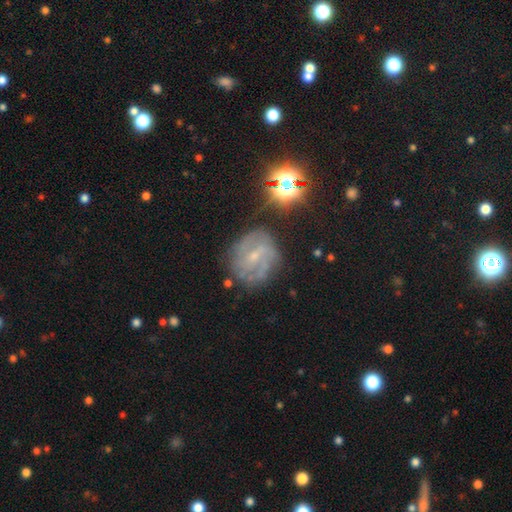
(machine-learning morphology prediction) Smooth or featured?
  - featured or disk: 73% *
  - smooth: 15%
  - star or artifact: 11%
Edge-on disk?
  - no: 97% *
  - yes: 3%
Bar?
  - weak: 53% *
  - no: 32%
  - strong: 15%
Spiral arms?
  - yes: 88% *
  - no: 12%
Spiral winding?
  - medium: 44% *
  - tight: 38%
  - loose: 18%
Spiral arm count?
  - 2: 37% *
  - can't tell: 33%
  - 3: 16%
  - 4: 5%
  - 1: 5%
  - more than 4: 4%
Bulge size?
  - small: 72% *
  - moderate: 20%
  - none: 6%
  - large: 1%
  - dominant: 1%
Merging?
  - none: 66% *
  - minor disturbance: 20%
  - major disturbance: 11%
  - merger: 4%